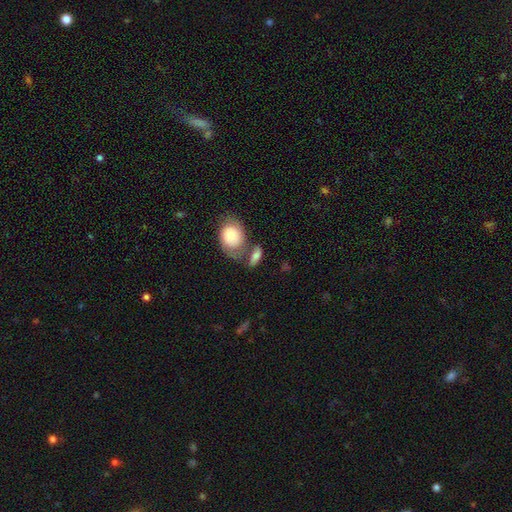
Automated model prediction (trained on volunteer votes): Smooth or featured? smooth (70%)
How rounded? in between (74%)
Merging? none (44%)